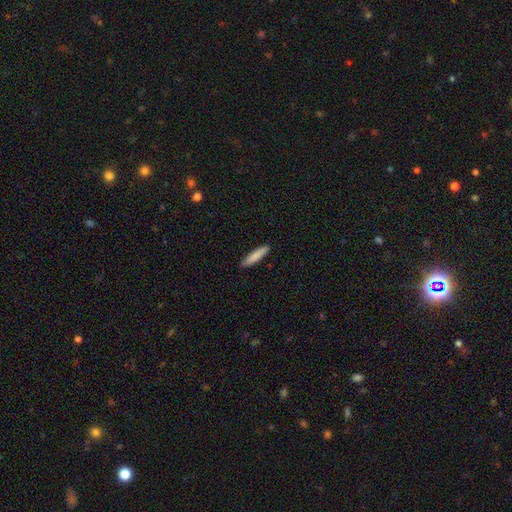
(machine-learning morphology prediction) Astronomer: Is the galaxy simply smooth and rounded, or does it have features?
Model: smooth — 84%.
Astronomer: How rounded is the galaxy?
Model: cigar-shaped — 85%.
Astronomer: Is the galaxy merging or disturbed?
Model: none — 89%.